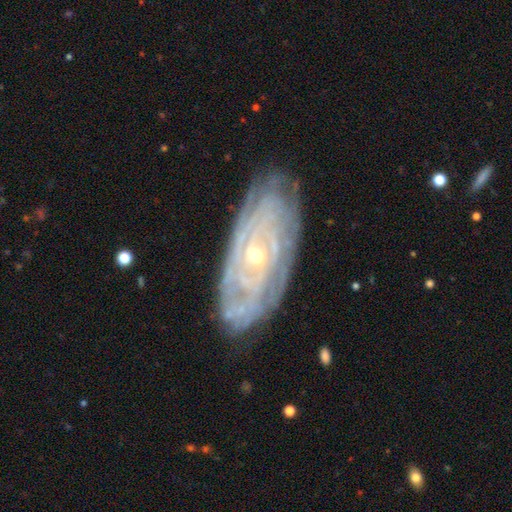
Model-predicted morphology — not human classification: Smooth or featured?
  - featured or disk: 86% *
  - smooth: 8%
  - star or artifact: 5%
Edge-on disk?
  - no: 90% *
  - yes: 10%
Bar?
  - no: 65% *
  - weak: 26%
  - strong: 9%
Spiral arms?
  - yes: 93% *
  - no: 7%
Spiral winding?
  - tight: 80% *
  - medium: 16%
  - loose: 4%
Spiral arm count?
  - can't tell: 45% *
  - 2: 15%
  - 3: 13%
  - 4: 11%
  - more than 4: 10%
  - 1: 6%
Bulge size?
  - small: 57% *
  - moderate: 40%
  - large: 2%
  - none: 1%
  - dominant: 1%
Merging?
  - none: 77% *
  - minor disturbance: 17%
  - major disturbance: 5%
  - merger: 1%